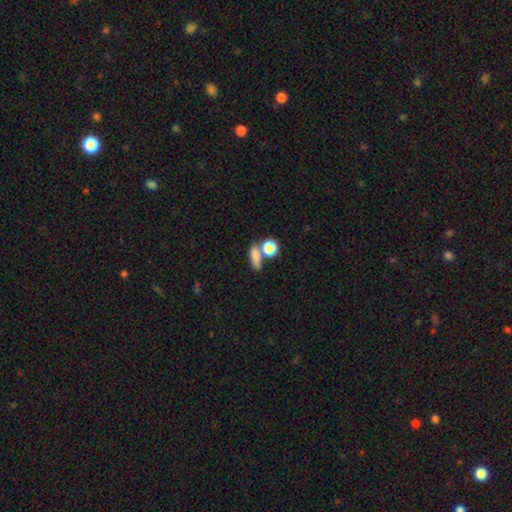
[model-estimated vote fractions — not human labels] A smooth galaxy with no disk features (78%) that is in between round and cigar-shaped (55%). Merging: none (47%).